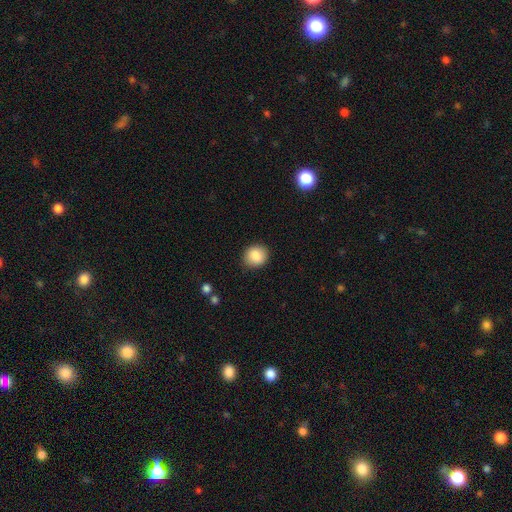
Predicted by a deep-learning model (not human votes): Smooth or featured: smooth — 87% (star or artifact — 8%)
How rounded: round — 79% (in between — 20%)
Merging: none — 88% (minor disturbance — 9%)